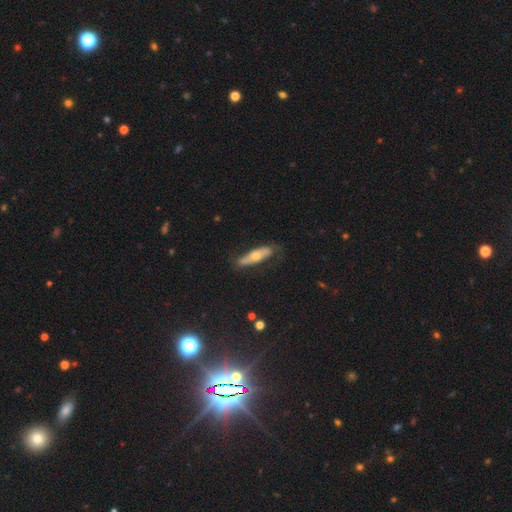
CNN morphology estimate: Smooth or featured: featured or disk — 48% (smooth — 46%)
Merging: none — 67% (minor disturbance — 23%)